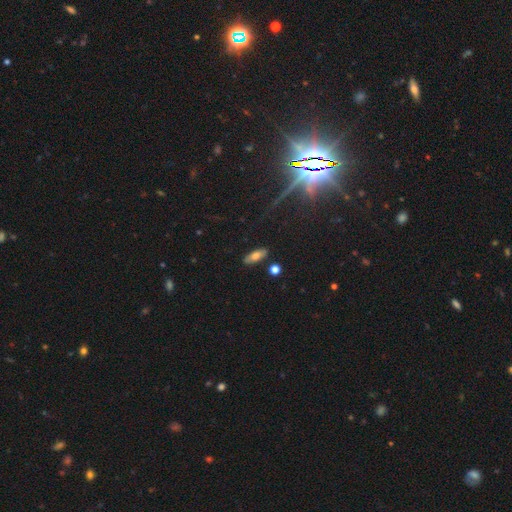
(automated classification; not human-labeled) Q: Smooth or featured?
A: smooth (68%); runner-up: featured or disk (22%)
Q: How rounded?
A: in between (73%); runner-up: cigar-shaped (23%)
Q: Merging?
A: none (86%); runner-up: minor disturbance (10%)